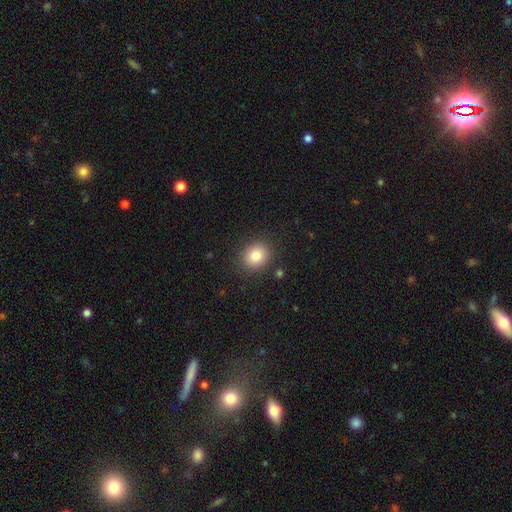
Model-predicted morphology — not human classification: Smooth or featured? Predicted: smooth (p=0.84). How rounded? Predicted: round (p=0.70). Merging? Predicted: none (p=0.87).